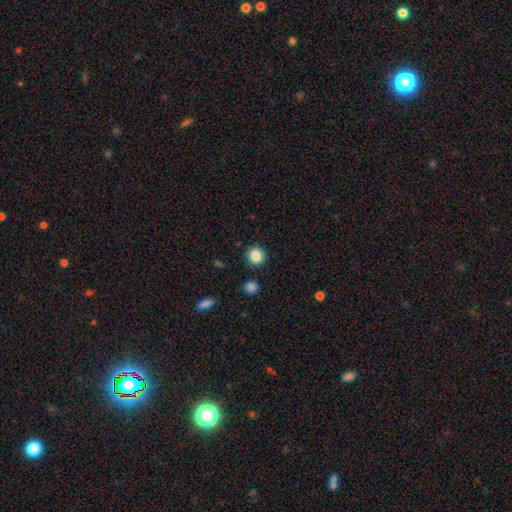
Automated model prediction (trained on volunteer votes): Smooth or featured?
  - smooth: 87% *
  - star or artifact: 9%
  - featured or disk: 4%
How rounded?
  - round: 84% *
  - in between: 15%
  - cigar-shaped: 1%
Merging?
  - none: 86% *
  - minor disturbance: 9%
  - merger: 3%
  - major disturbance: 3%